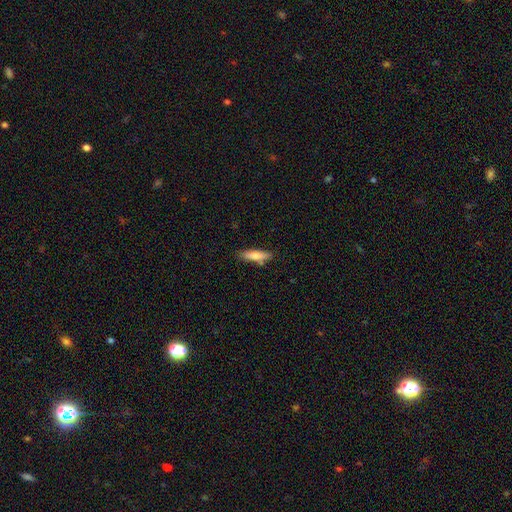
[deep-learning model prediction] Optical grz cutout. It shows a smooth galaxy with no disk features (76%) that is cigar-shaped (71%). Merging: none (78%).